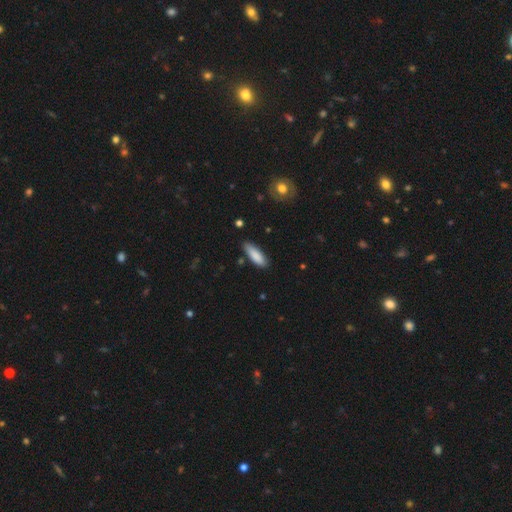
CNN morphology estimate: A smooth galaxy with no disk features (87%) that is in between round and cigar-shaped (51%).

Vote fractions:
- Smooth or featured? smooth: 87% / featured or disk: 8% / star or artifact: 6%
- How rounded? in between: 51% / cigar-shaped: 48% / round: 1%
- Merging? none: 82% / minor disturbance: 13% / major disturbance: 2% / merger: 2%